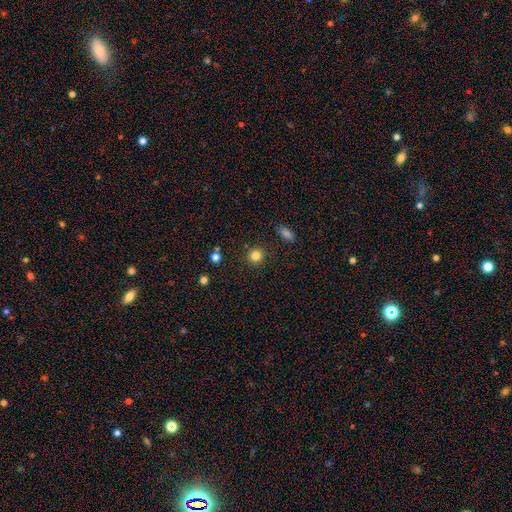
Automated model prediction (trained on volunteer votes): Morphology: type=smooth (82%); roundness=round (92%); merging=none (90%).